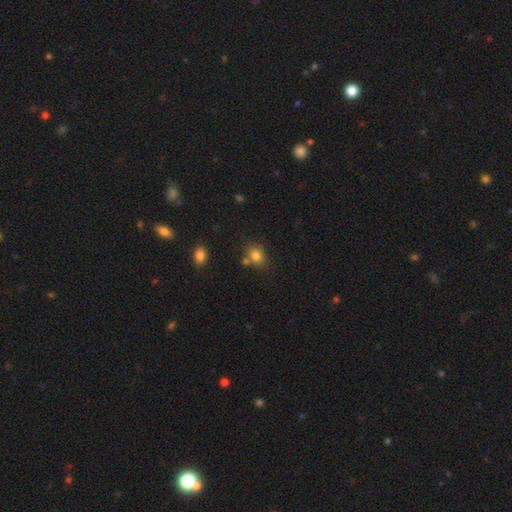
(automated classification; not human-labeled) smooth-or-featured: smooth: 81% | star or artifact: 12% | featured or disk: 7%
  how-rounded: round: 53% | in between: 46% | cigar-shaped: 1%
  merging: none: 62% | merger: 18% | minor disturbance: 15% | major disturbance: 5%